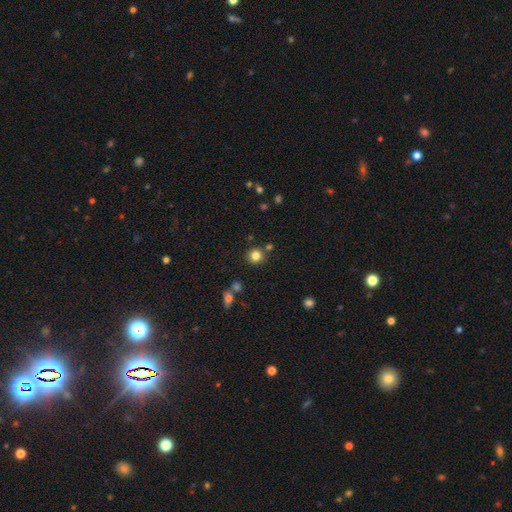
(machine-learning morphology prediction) Overall: smooth (82%). How rounded: round (91%). Merging: none (82%).